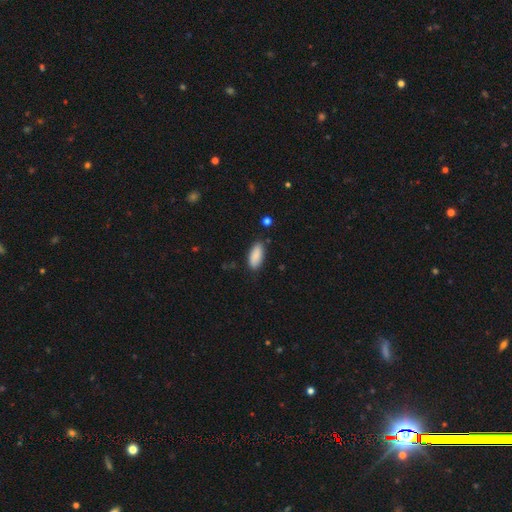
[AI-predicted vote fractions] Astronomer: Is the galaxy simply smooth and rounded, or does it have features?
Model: smooth — 89%.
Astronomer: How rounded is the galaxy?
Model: in between — 84%.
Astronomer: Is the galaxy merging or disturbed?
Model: none — 83%.